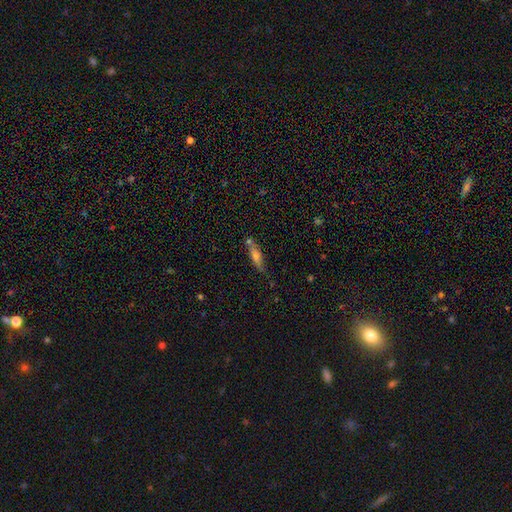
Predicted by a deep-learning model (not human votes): smooth 55%, featured or disk 36%, star or artifact 9%. Down the decision tree: how rounded — cigar-shaped (67%); merging — none (63%).